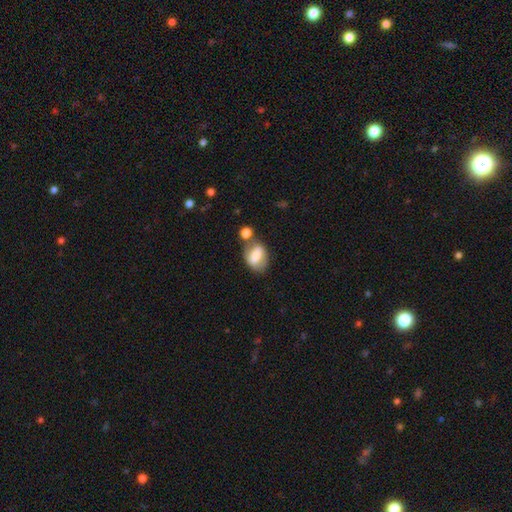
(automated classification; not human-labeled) smooth_or_featured: smooth (p=0.64) [alt: featured or disk p=0.28]
how_rounded: in between (p=0.80) [alt: round p=0.18]
merging: none (p=0.46) [alt: merger p=0.25]